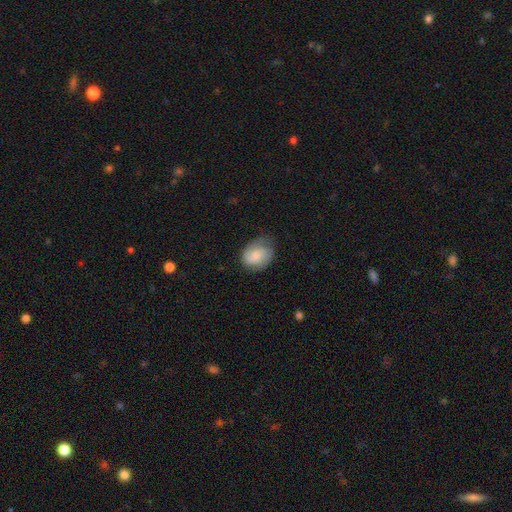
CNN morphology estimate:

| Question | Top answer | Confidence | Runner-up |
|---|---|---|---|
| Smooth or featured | smooth | 63% | featured or disk (30%) |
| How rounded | in between | 56% | round (43%) |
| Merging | none | 60% | minor disturbance (30%) |